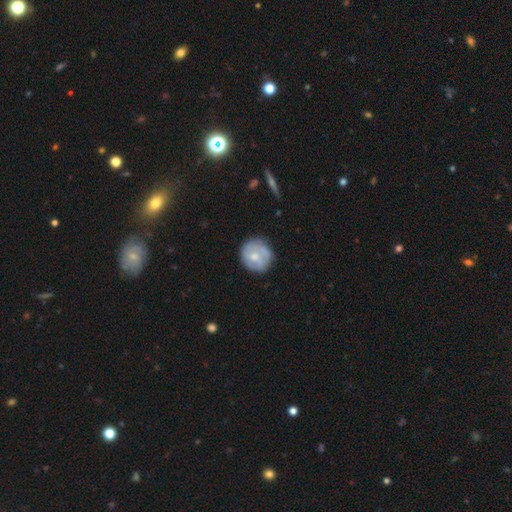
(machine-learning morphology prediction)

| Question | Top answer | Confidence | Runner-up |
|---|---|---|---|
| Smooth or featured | smooth | 53% | featured or disk (42%) |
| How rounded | round | 89% | in between (10%) |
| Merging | none | 73% | minor disturbance (20%) |